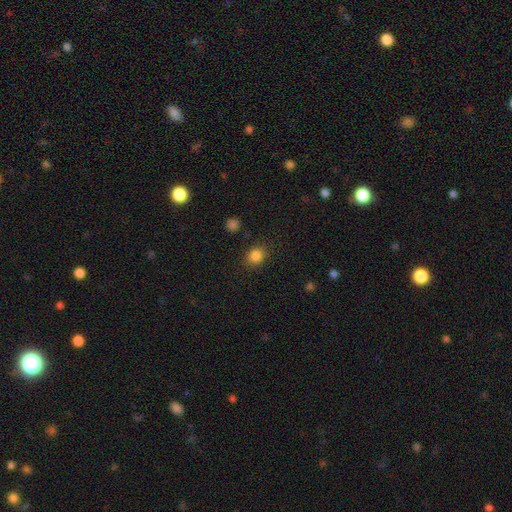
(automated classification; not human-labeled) Q: Smooth or featured?
A: smooth (84%); runner-up: star or artifact (11%)
Q: How rounded?
A: round (63%); runner-up: in between (36%)
Q: Merging?
A: none (85%); runner-up: minor disturbance (10%)